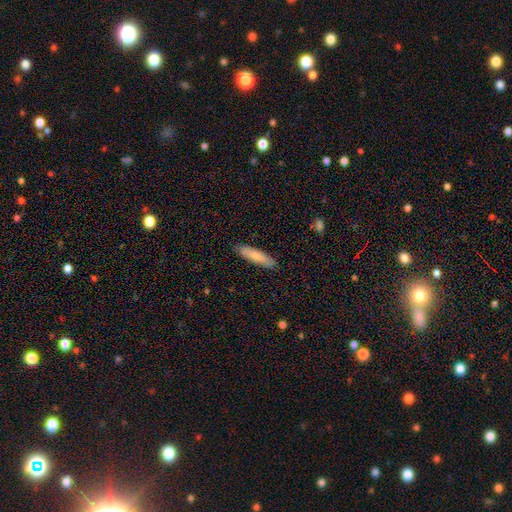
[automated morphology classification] smooth-or-featured: smooth: 78% | featured or disk: 17% | star or artifact: 5%
  how-rounded: cigar-shaped: 78% | in between: 20% | round: 1%
  merging: none: 88% | minor disturbance: 9% | major disturbance: 2% | merger: 1%